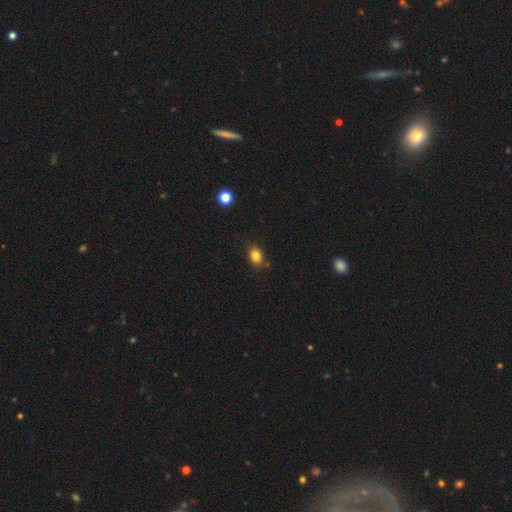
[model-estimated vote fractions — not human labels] Q: Smooth or featured?
A: smooth (83%); runner-up: star or artifact (10%)
Q: How rounded?
A: in between (71%); runner-up: round (28%)
Q: Merging?
A: none (83%); runner-up: minor disturbance (12%)